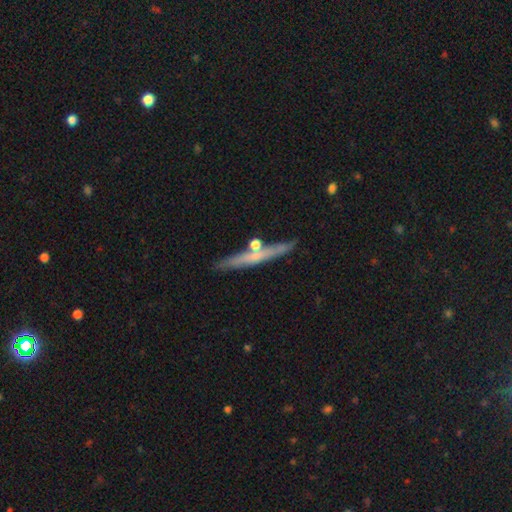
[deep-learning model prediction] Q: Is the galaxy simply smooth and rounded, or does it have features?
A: featured or disk — 50%.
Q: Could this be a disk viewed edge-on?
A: yes — 93%.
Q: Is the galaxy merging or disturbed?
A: none — 79%.